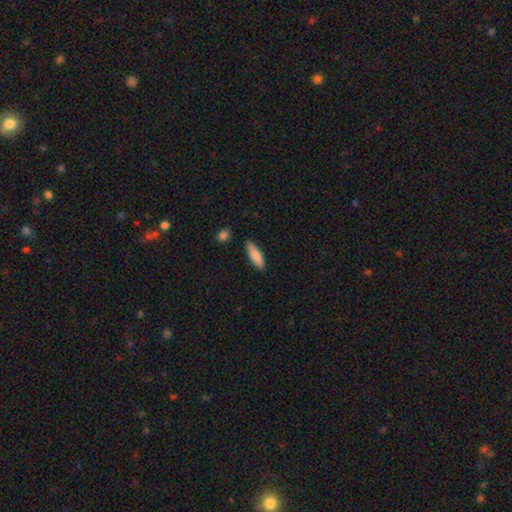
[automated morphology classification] type=smooth (85%); roundness=cigar-shaped (52%); merging=none (82%).